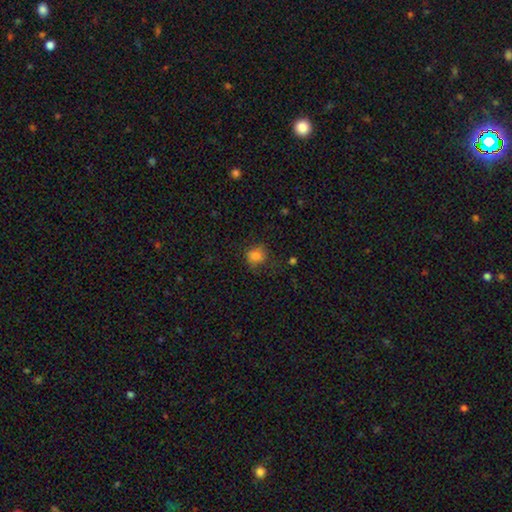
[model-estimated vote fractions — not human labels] smooth-or-featured: smooth: 82% | star or artifact: 11% | featured or disk: 6%
  how-rounded: round: 75% | in between: 24% | cigar-shaped: 1%
  merging: none: 64% | minor disturbance: 23% | major disturbance: 12% | merger: 2%